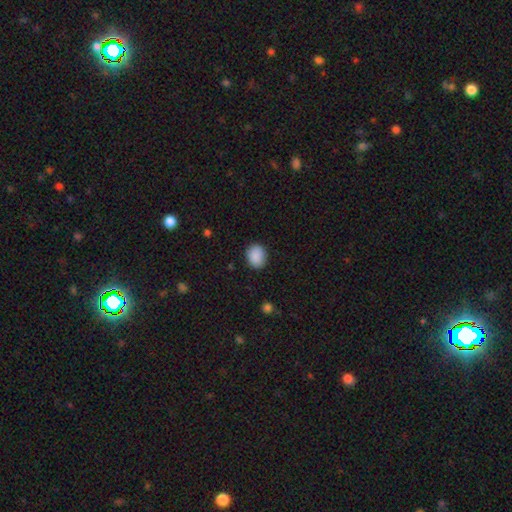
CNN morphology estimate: smooth 90%, star or artifact 8%, featured or disk 3%. Down the decision tree: how rounded — in between (51%); merging — none (87%).